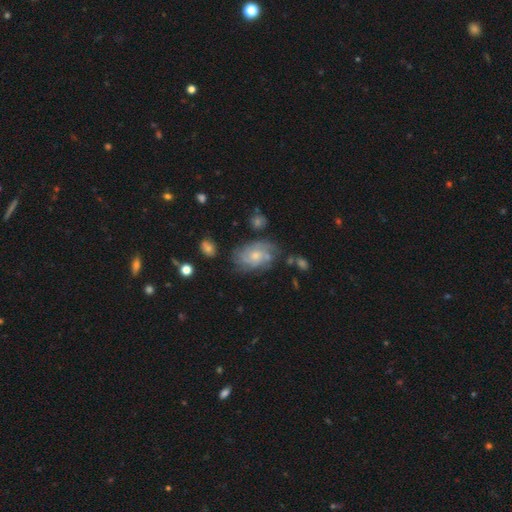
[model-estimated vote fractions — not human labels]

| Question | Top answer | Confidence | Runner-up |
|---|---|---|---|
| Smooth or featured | featured or disk | 68% | smooth (25%) |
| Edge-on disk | no | 97% | yes (3%) |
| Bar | no | 77% | weak (21%) |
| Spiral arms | yes | 85% | no (15%) |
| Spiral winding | tight | 52% | medium (36%) |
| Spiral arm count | can't tell | 47% | 2 (19%) |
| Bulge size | small | 47% | moderate (46%) |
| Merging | none | 63% | minor disturbance (23%) |